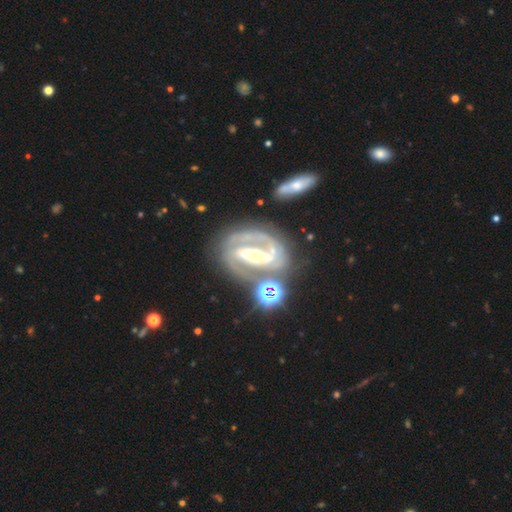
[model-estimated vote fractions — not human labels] smooth-or-featured: featured or disk: 87% | star or artifact: 7% | smooth: 6%
  disk-edge-on: no: 96% | yes: 4%
    bar: strong: 52% | weak: 27% | no: 22%
    has-spiral-arms: yes: 91% | no: 9%
      spiral-winding: tight: 46% | medium: 42% | loose: 11%
      spiral-arm-count: 2: 76% | can't tell: 8% | 1: 7% | 3: 6% | 4: 2% | more than 4: 2%
    bulge-size: moderate: 54% | small: 36% | large: 7% | none: 2% | dominant: 2%
  merging: none: 57% | minor disturbance: 17% | major disturbance: 13% | merger: 13%